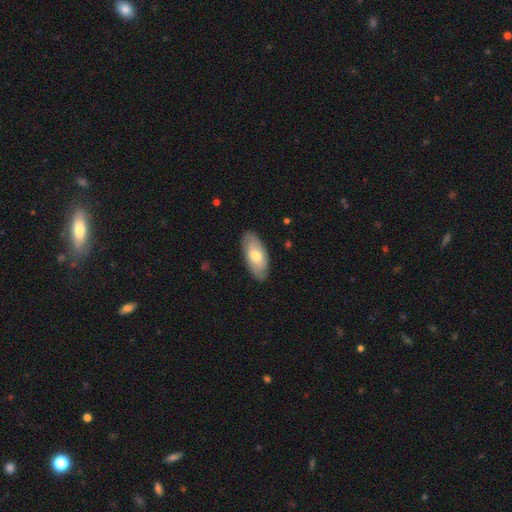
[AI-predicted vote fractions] Smooth or featured? smooth (60%)
How rounded? in between (91%)
Merging? none (85%)